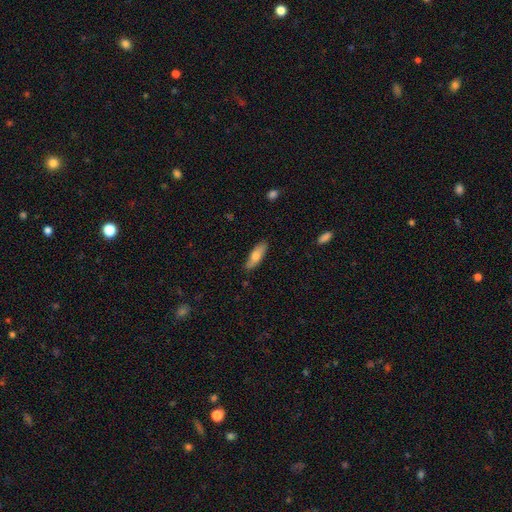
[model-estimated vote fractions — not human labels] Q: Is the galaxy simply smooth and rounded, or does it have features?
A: smooth — 72%.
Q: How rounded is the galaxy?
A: cigar-shaped — 54%.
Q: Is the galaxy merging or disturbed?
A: none — 86%.